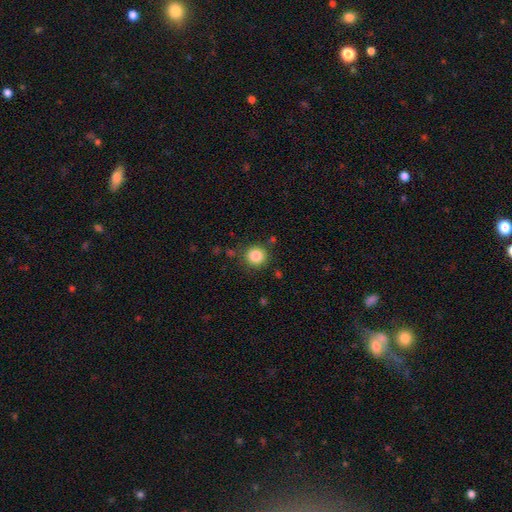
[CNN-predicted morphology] This is clearly a smooth galaxy (86%). How rounded: clearly round (92%). Merging: clearly none (85%).